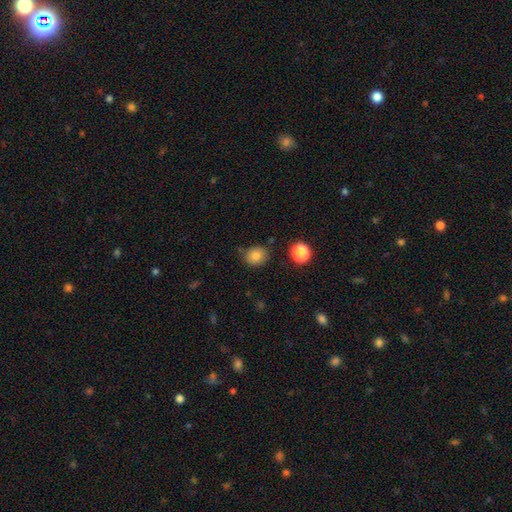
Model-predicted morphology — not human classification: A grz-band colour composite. It shows a smooth galaxy with no disk features (83%) that is round (68%). Merging: none (77%).